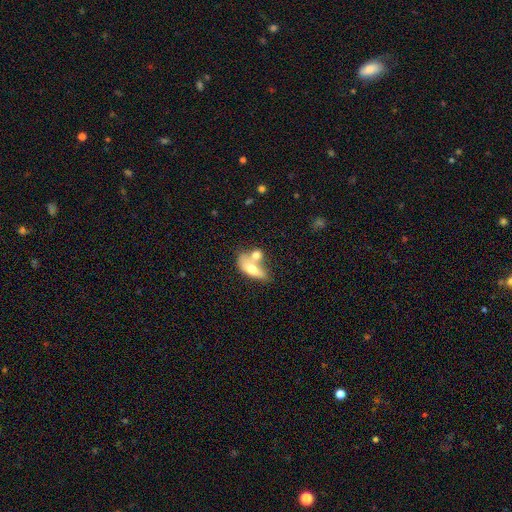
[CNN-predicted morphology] Smooth or featured? Predicted: smooth (p=0.61). How rounded? Predicted: in between (p=0.71). Merging? Predicted: merger (p=0.63).